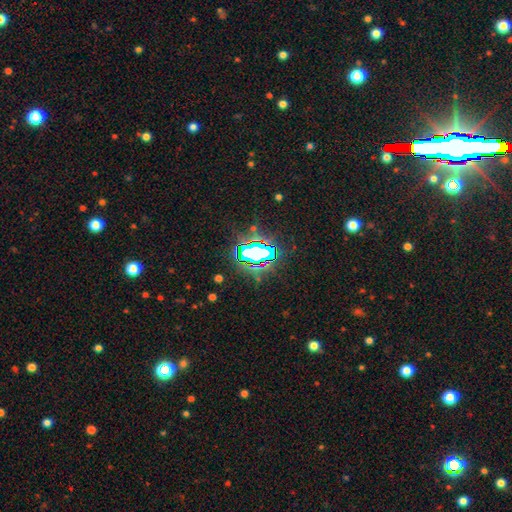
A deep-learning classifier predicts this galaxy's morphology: The model was most divided on "smooth or featured": star or artifact: 65%, smooth: 21%, featured or disk: 14%.